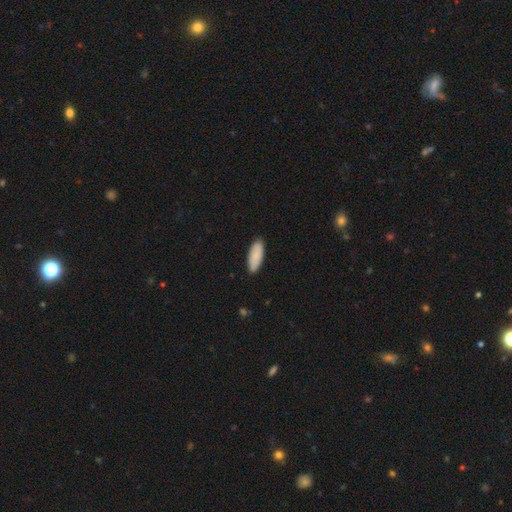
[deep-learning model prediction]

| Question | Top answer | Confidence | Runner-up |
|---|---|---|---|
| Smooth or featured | smooth | 89% | featured or disk (6%) |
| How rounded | in between | 75% | cigar-shaped (23%) |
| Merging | none | 88% | minor disturbance (9%) |